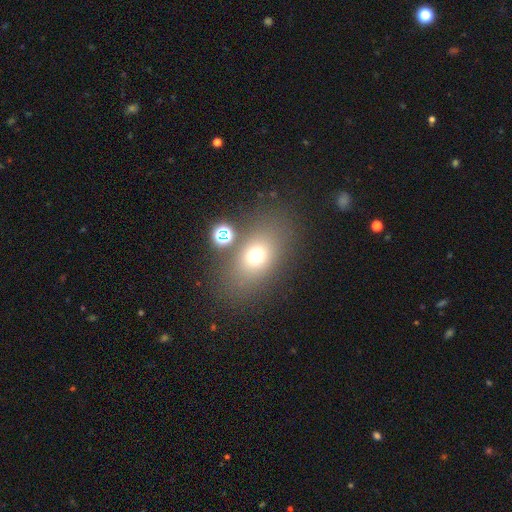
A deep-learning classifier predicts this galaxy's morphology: Smooth or featured? Predicted: smooth (p=0.68). How rounded? Predicted: in between (p=0.70). Merging? Predicted: none (p=0.72).